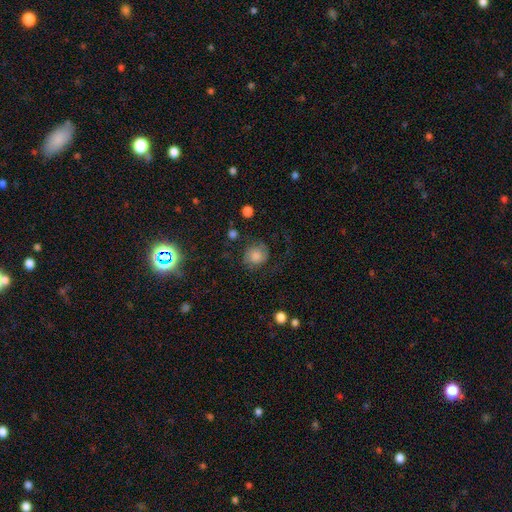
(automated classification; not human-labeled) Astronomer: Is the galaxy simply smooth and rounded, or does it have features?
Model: smooth — 57% (runner-up: featured or disk, 33%).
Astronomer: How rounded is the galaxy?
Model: round — 80%.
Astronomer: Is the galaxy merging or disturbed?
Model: none — 61%.